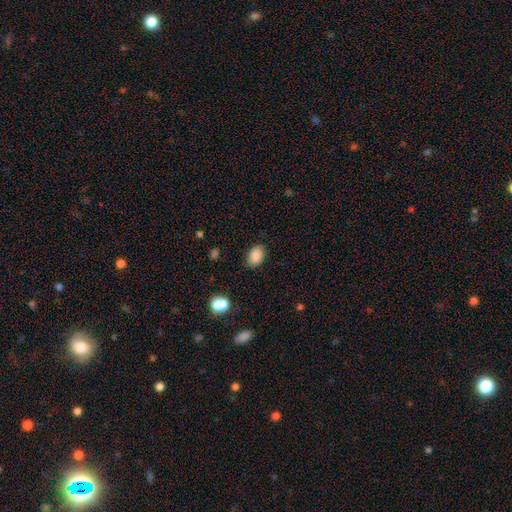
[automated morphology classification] smooth_or_featured: smooth (p=0.86) [alt: star or artifact p=0.08]
how_rounded: in between (p=0.83) [alt: round p=0.16]
merging: none (p=0.82) [alt: minor disturbance p=0.13]